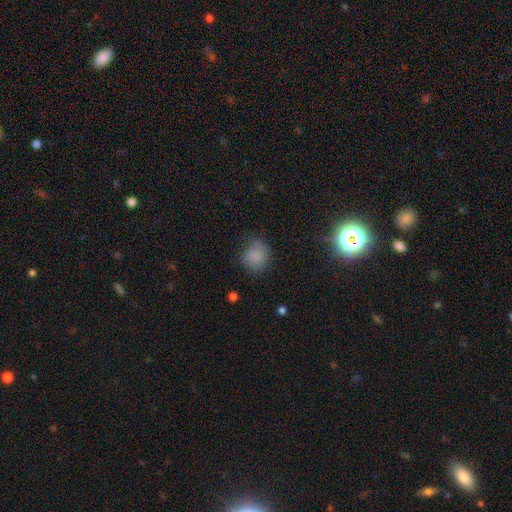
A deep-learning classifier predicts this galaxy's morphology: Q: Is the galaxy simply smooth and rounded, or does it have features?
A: smooth — 78%.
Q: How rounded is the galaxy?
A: round — 76%.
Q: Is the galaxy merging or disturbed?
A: none — 60%.